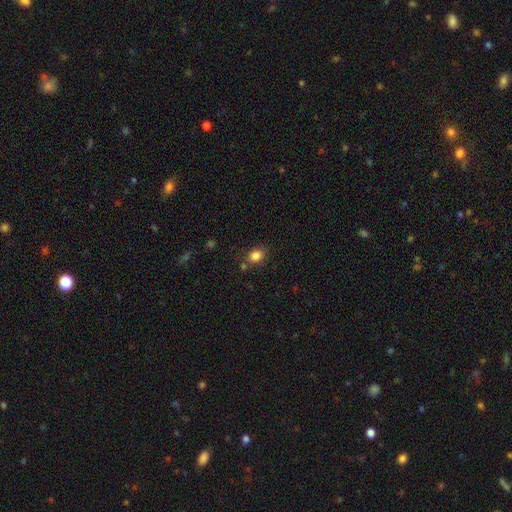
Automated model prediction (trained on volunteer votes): This is clearly a smooth galaxy (84%). How rounded: possibly round (53%). Merging: likely none (75%).